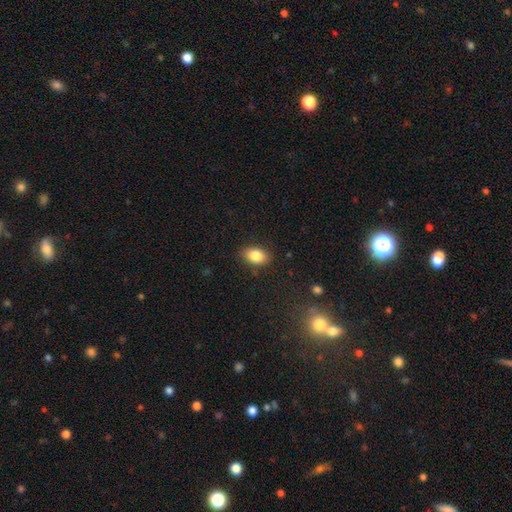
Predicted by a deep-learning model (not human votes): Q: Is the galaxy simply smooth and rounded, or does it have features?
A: smooth — 85%.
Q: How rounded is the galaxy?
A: in between — 84%.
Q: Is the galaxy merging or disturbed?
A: none — 85%.